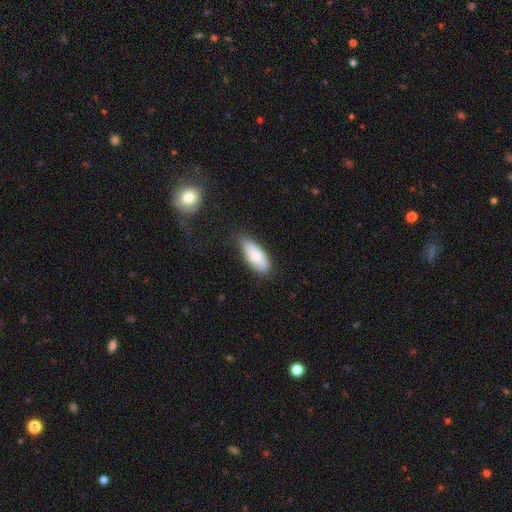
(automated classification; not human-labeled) Smooth or featured? smooth (79%)
How rounded? in between (80%)
Merging? none (63%)